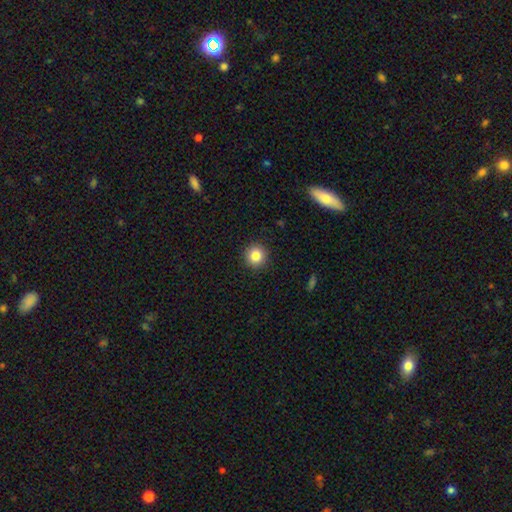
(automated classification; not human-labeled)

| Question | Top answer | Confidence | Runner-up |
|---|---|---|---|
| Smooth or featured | smooth | 84% | star or artifact (10%) |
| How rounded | round | 93% | in between (6%) |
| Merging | none | 92% | minor disturbance (5%) |